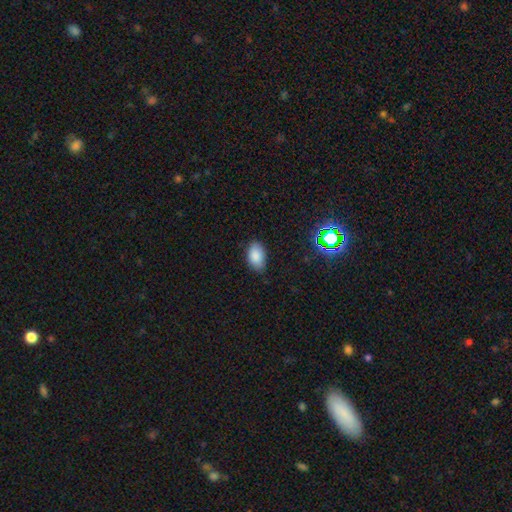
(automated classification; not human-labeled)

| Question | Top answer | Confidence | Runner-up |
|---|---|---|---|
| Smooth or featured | smooth | 86% | star or artifact (9%) |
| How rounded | in between | 92% | round (6%) |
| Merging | none | 79% | minor disturbance (17%) |